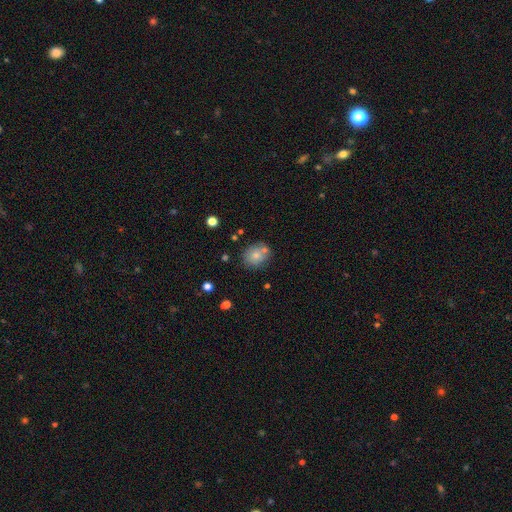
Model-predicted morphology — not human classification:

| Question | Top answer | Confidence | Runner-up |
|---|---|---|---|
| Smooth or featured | smooth | 74% | featured or disk (15%) |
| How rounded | round | 67% | in between (32%) |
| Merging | none | 67% | minor disturbance (15%) |